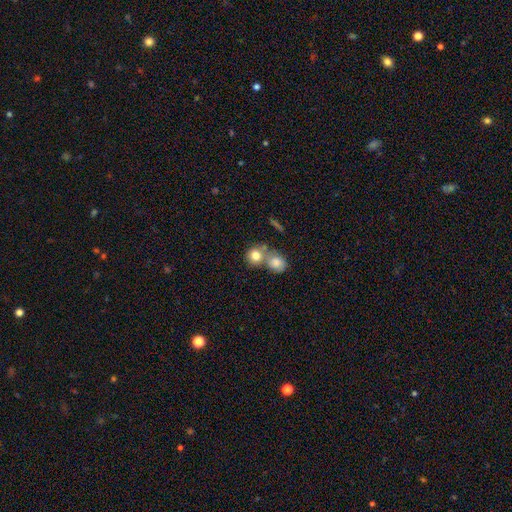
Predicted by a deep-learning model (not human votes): Overall: smooth (80%). How rounded: round (80%). Merging: merger (53%; none 37%).